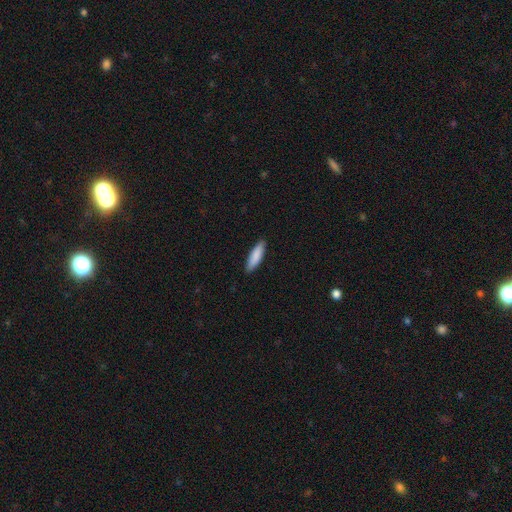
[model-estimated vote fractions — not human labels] Morphology: type=smooth (87%); roundness=cigar-shaped (60%); merging=none (88%).